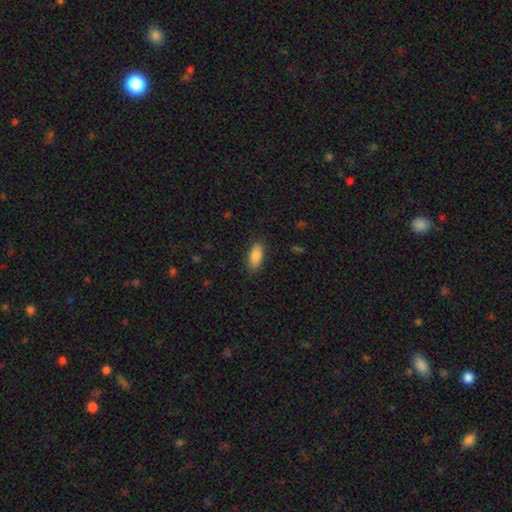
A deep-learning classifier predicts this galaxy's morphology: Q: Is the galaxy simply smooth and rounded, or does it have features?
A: smooth — 85%.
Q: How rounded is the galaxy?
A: in between — 85%.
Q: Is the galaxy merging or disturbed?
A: none — 86%.